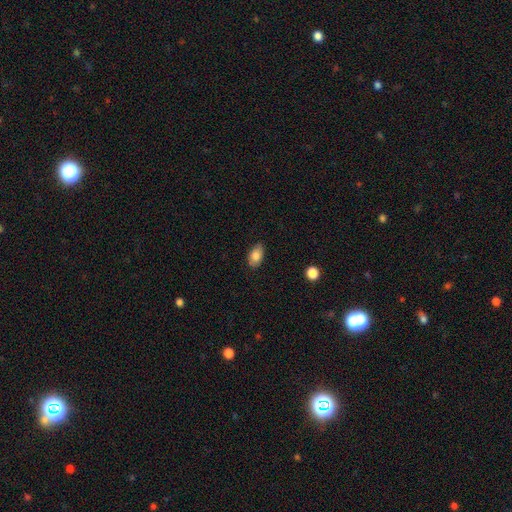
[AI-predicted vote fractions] smooth 82%, featured or disk 10%, star or artifact 8%. Down the decision tree: how rounded — in between (92%); merging — none (81%).